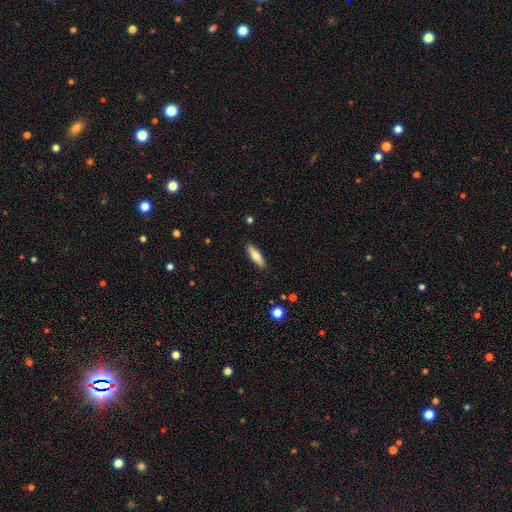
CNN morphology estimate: Smooth or featured?
  - smooth: 71% *
  - featured or disk: 23%
  - star or artifact: 6%
How rounded?
  - cigar-shaped: 57% *
  - in between: 41%
  - round: 2%
Merging?
  - none: 89% *
  - minor disturbance: 8%
  - major disturbance: 2%
  - merger: 1%